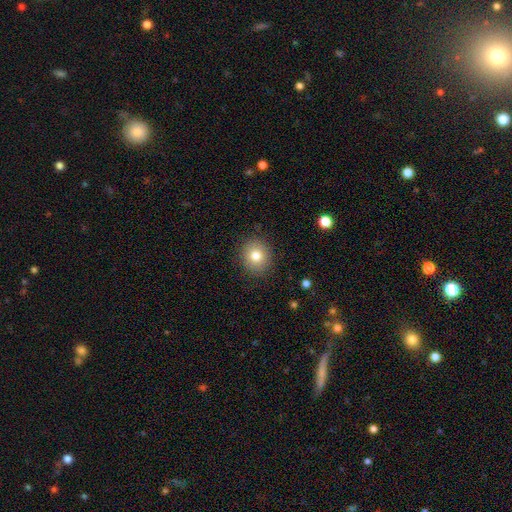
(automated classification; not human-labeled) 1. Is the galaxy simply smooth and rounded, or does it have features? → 78% smooth, 11% star or artifact, 11% featured or disk.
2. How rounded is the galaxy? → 80% round, 19% in between, 1% cigar-shaped.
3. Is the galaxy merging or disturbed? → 88% none, 8% minor disturbance, 3% major disturbance, 1% merger.